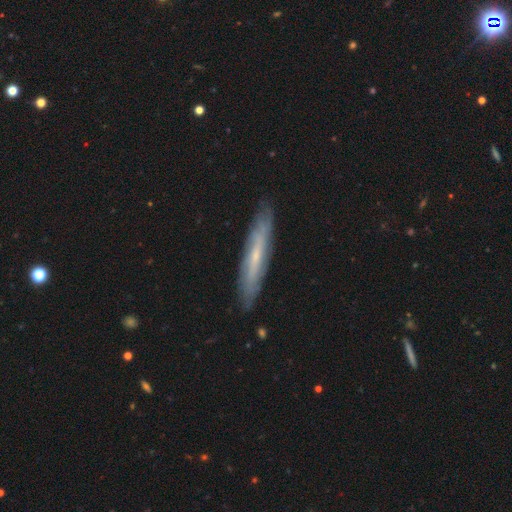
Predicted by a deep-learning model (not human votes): Smooth or featured? featured or disk (59%)
Edge-on disk? yes (67%)
Merging? none (85%)